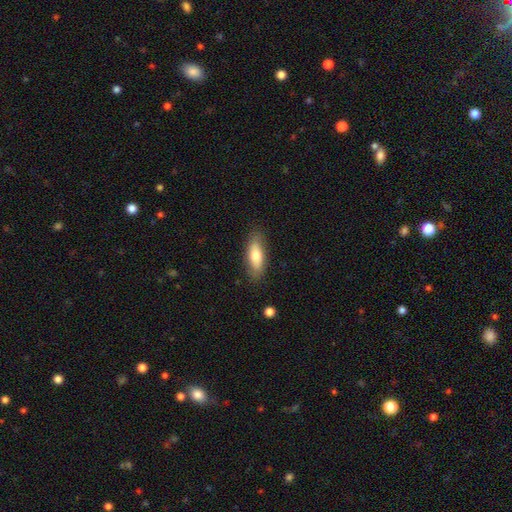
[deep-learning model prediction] This is likely a smooth galaxy (71%). How rounded: likely in between (66%). Merging: clearly none (83%).